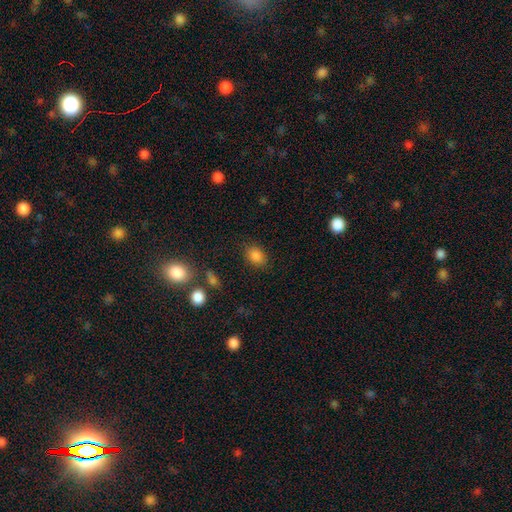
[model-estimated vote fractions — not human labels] Overall: smooth (84%). How rounded: in between (67%; round 32%). Merging: none (83%).